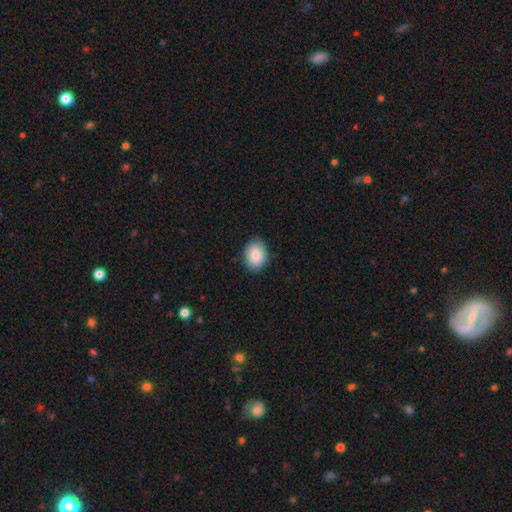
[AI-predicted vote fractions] A smooth galaxy with no disk features (87%) that is in between round and cigar-shaped (61%). Merging: none (87%).